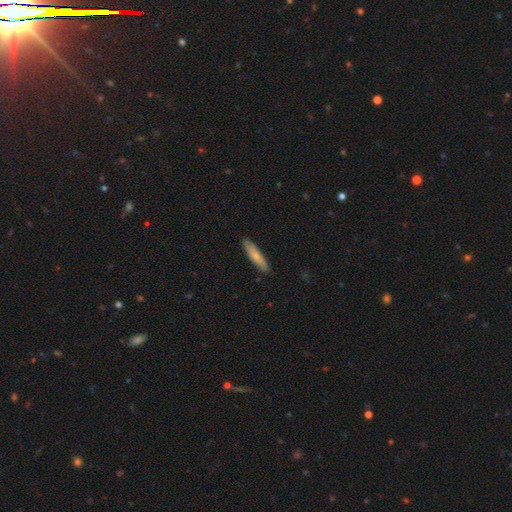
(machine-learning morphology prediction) A smooth galaxy with no disk features (72%) that is cigar-shaped (81%).

Vote fractions:
- Smooth or featured? smooth: 72% / featured or disk: 22% / star or artifact: 5%
- How rounded? cigar-shaped: 81% / in between: 18% / round: 1%
- Merging? none: 88% / minor disturbance: 10% / major disturbance: 2% / merger: 1%